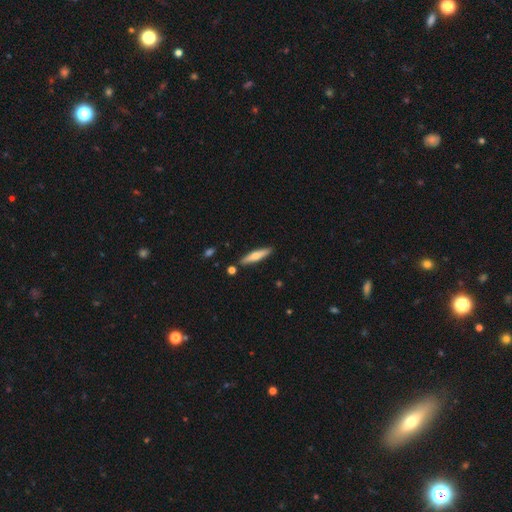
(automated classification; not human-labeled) Smooth or featured: smooth — 56% (featured or disk — 38%)
How rounded: cigar-shaped — 84% (in between — 15%)
Merging: none — 86% (minor disturbance — 9%)